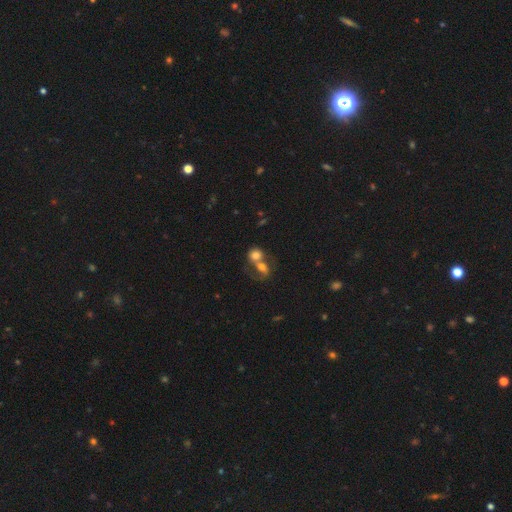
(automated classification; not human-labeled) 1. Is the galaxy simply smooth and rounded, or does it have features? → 62% smooth, 28% featured or disk, 10% star or artifact.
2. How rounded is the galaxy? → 61% round, 38% in between, 2% cigar-shaped.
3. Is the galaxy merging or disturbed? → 77% merger, 13% none, 6% major disturbance, 5% minor disturbance.